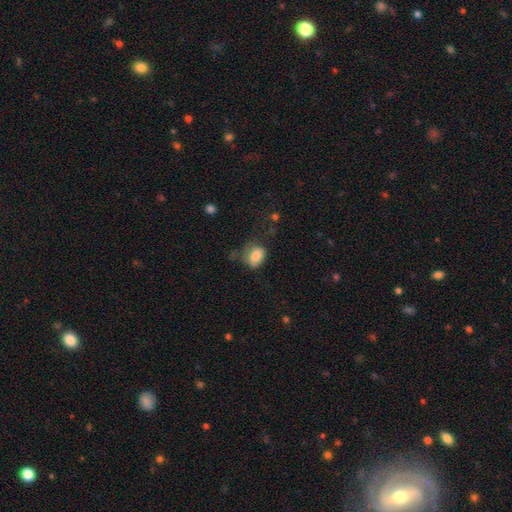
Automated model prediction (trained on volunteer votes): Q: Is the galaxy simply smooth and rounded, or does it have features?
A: smooth — 81%.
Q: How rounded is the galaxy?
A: in between — 75%.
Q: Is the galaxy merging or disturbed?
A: none — 41%.